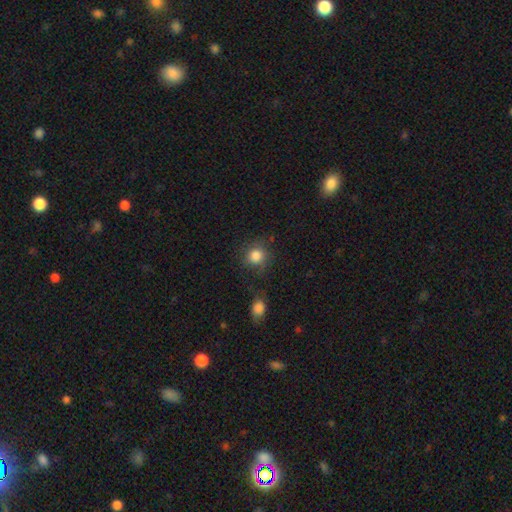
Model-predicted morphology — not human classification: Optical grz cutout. It shows a smooth galaxy with no disk features (83%) that is round (86%). Merging: none (73%).